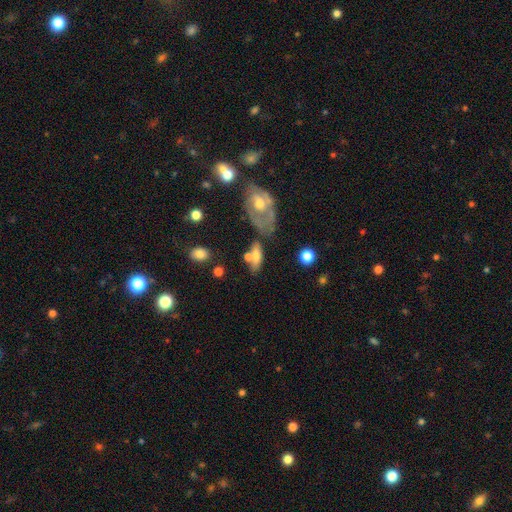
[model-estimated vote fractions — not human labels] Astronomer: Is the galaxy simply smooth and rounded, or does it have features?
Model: smooth — 59%.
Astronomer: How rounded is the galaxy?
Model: in between — 73%.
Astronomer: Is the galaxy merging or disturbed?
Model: none — 40% (runner-up: merger, 30%).